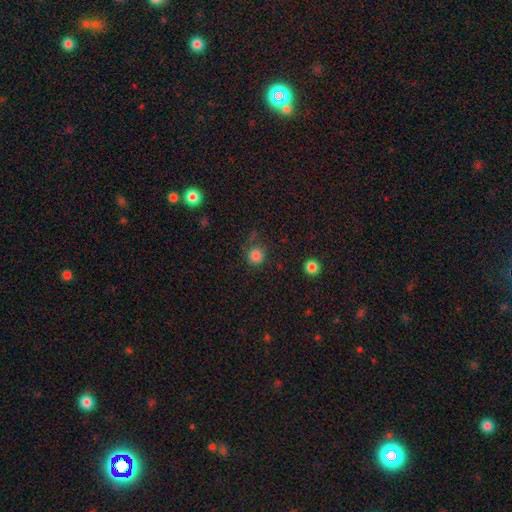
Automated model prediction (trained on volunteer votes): Morphology: type=smooth (83%); roundness=round (92%); merging=none (71%).